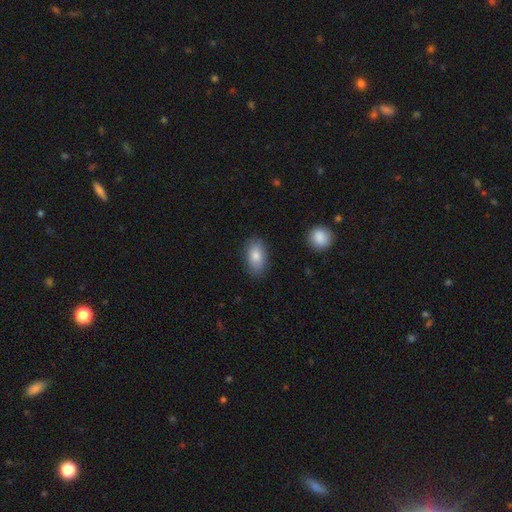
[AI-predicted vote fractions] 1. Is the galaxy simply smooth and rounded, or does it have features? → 83% smooth, 10% featured or disk, 7% star or artifact.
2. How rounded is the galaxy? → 91% in between, 6% round, 3% cigar-shaped.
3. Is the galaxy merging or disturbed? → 85% none, 11% minor disturbance, 3% major disturbance, 2% merger.